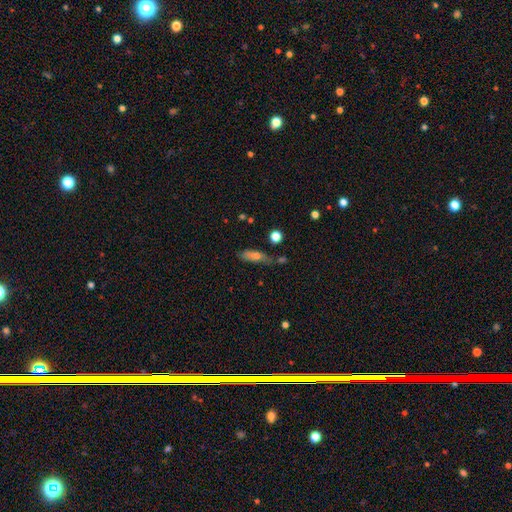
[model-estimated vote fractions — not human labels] Smooth or featured?
  - smooth: 64% *
  - featured or disk: 25%
  - star or artifact: 11%
How rounded?
  - in between: 48% * (tied)
  - cigar-shaped: 48% * (tied)
  - round: 5%
Merging?
  - none: 52% *
  - minor disturbance: 27%
  - major disturbance: 11%
  - merger: 9%